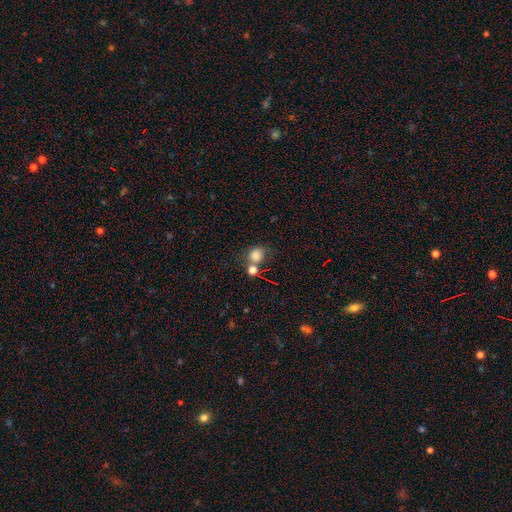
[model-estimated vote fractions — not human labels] smooth 79%, star or artifact 13%, featured or disk 8%. Down the decision tree: how rounded — round (79%); merging — none (53%).